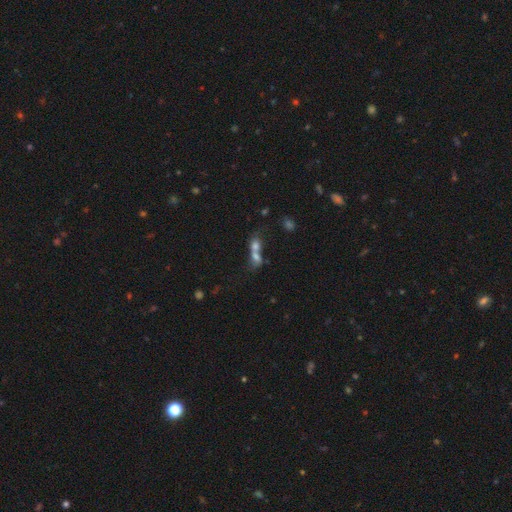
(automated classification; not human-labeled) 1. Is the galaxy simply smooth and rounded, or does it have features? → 66% smooth, 21% featured or disk, 13% star or artifact.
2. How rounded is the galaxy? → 57% in between, 35% round, 8% cigar-shaped.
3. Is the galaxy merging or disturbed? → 77% merger, 13% none, 5% major disturbance, 5% minor disturbance.